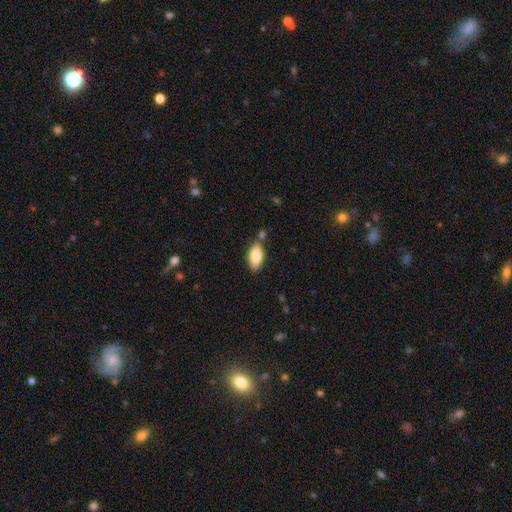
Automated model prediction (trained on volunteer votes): A smooth galaxy with no disk features (81%) that is in between round and cigar-shaped (88%). Merging: none (74%).